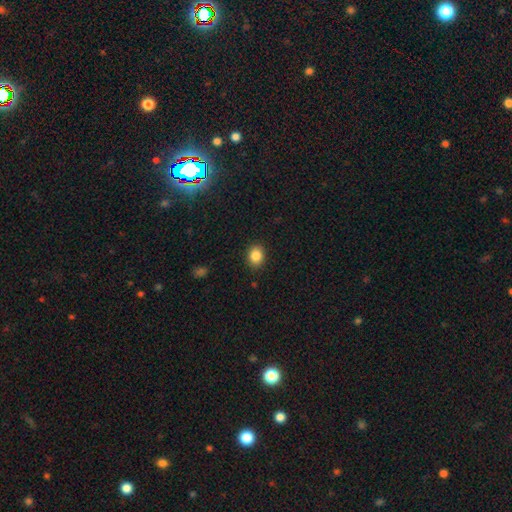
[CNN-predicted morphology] smooth 85%, star or artifact 10%, featured or disk 5%. Down the decision tree: how rounded — round (56%); merging — none (89%).